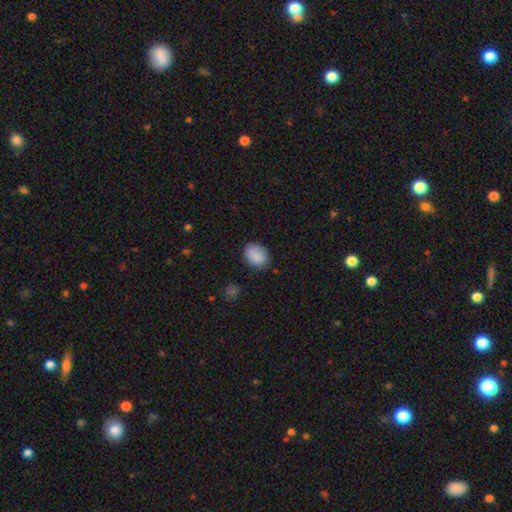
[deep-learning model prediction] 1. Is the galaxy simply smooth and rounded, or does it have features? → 89% smooth, 7% star or artifact, 4% featured or disk.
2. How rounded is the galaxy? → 71% in between, 28% round, 1% cigar-shaped.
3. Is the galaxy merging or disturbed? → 80% none, 15% minor disturbance, 3% major disturbance, 2% merger.